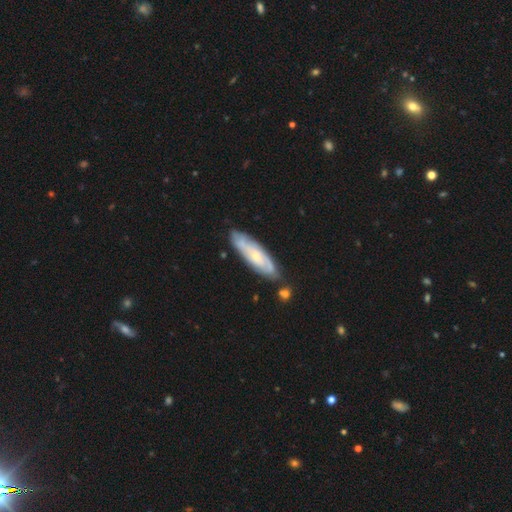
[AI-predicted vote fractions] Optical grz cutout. It shows a featured or disk galaxy (63%). Merging: none (74%).